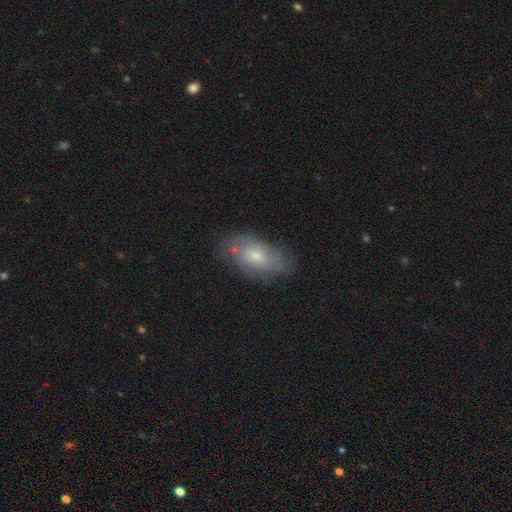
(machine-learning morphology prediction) Overall: smooth (59%; featured or disk 33%). How rounded: in between (89%). Merging: none (65%).